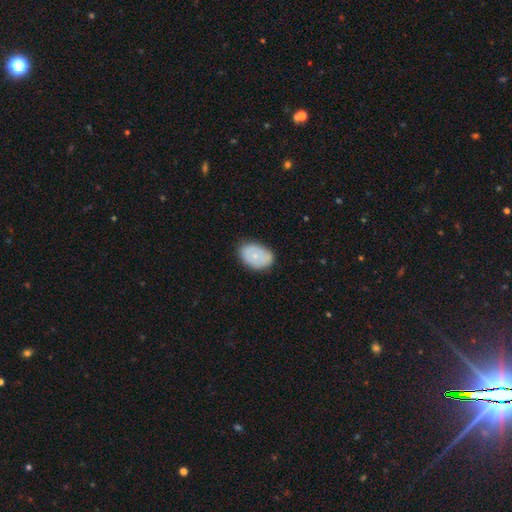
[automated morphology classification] smooth_or_featured: smooth (p=0.70) [alt: featured or disk p=0.23]
how_rounded: in between (p=0.86) [alt: round p=0.13]
merging: none (p=0.76) [alt: minor disturbance p=0.19]